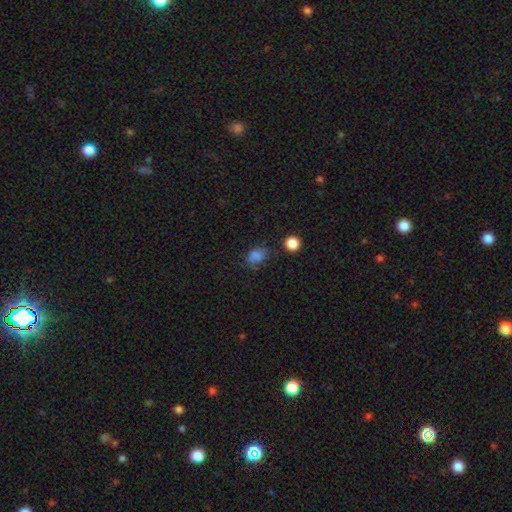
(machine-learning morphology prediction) A smooth galaxy with no disk features (78%) that is in between round and cigar-shaped (59%).

Vote fractions:
- Smooth or featured? smooth: 78% / star or artifact: 16% / featured or disk: 6%
- How rounded? in between: 59% / round: 40% / cigar-shaped: 1%
- Merging? none: 63% / minor disturbance: 24% / major disturbance: 9% / merger: 4%